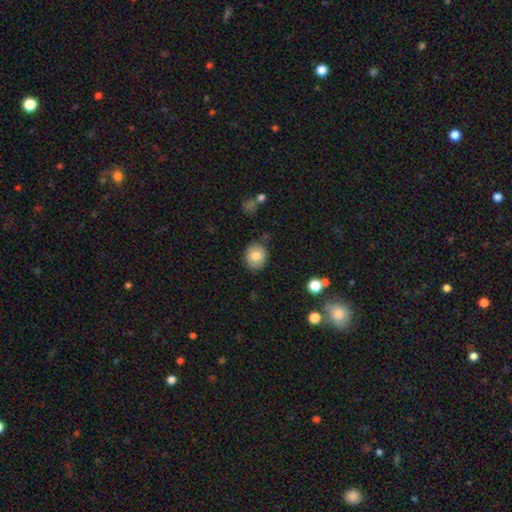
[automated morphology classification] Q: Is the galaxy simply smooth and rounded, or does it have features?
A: smooth — 80%.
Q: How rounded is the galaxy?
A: round — 76%.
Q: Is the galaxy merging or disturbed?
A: none — 84%.